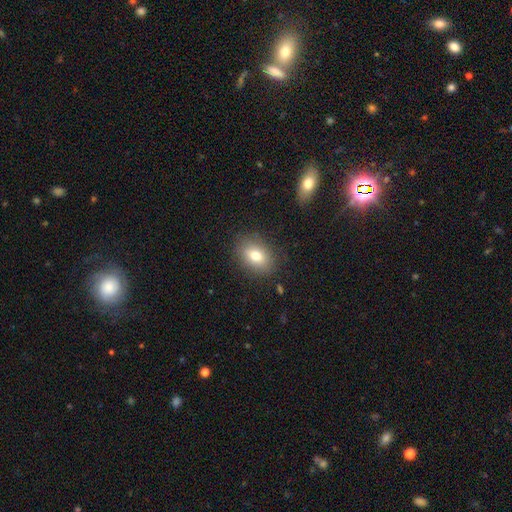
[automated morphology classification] This is likely a smooth galaxy (76%). How rounded: likely in between (75%). Merging: clearly none (85%).